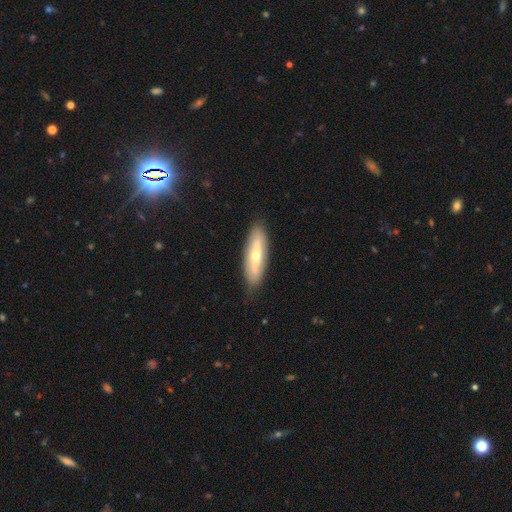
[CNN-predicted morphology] Smooth or featured? Predicted: featured or disk (p=0.49). Merging? Predicted: none (p=0.80).